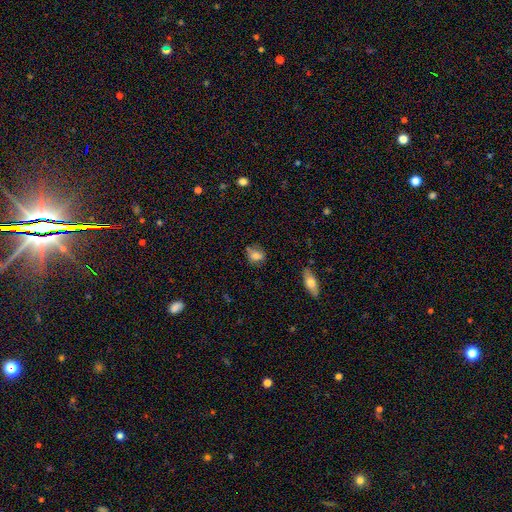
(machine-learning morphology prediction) smooth 75%, featured or disk 15%, star or artifact 10%. Down the decision tree: how rounded — in between (50%); merging — none (67%).